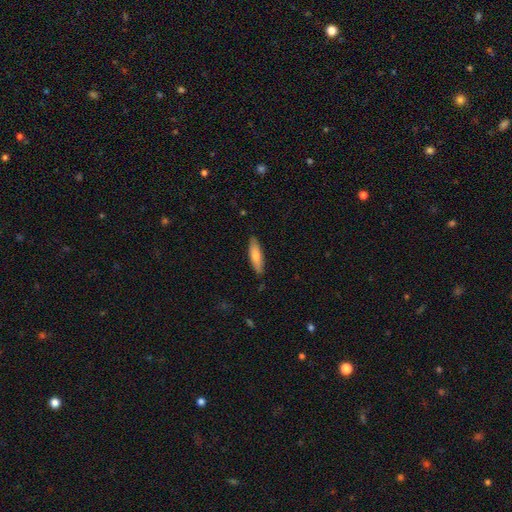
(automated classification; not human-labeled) smooth_or_featured: smooth (p=0.73) [alt: featured or disk p=0.22]
how_rounded: cigar-shaped (p=0.66) [alt: in between p=0.33]
merging: none (p=0.86) [alt: minor disturbance p=0.11]